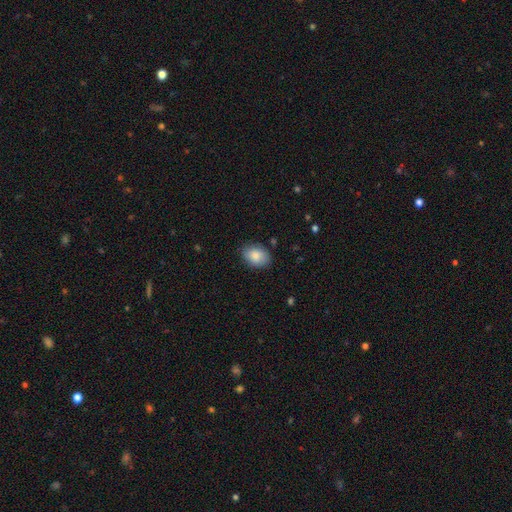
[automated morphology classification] A smooth galaxy with no disk features (84%) that is in between round and cigar-shaped (78%). Merging: none (83%).